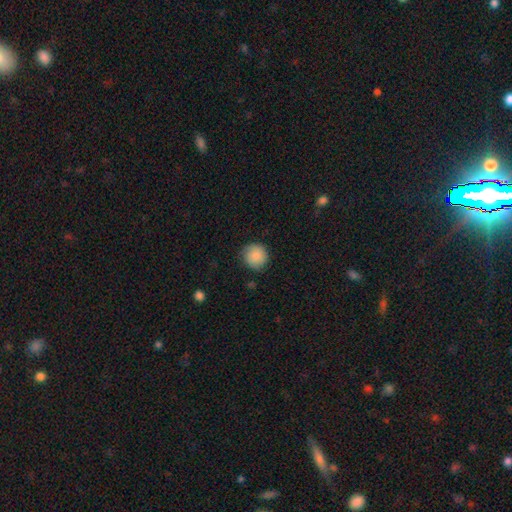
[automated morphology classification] Q: Smooth or featured?
A: smooth (87%); runner-up: star or artifact (7%)
Q: How rounded?
A: round (93%); runner-up: in between (6%)
Q: Merging?
A: none (83%); runner-up: minor disturbance (13%)